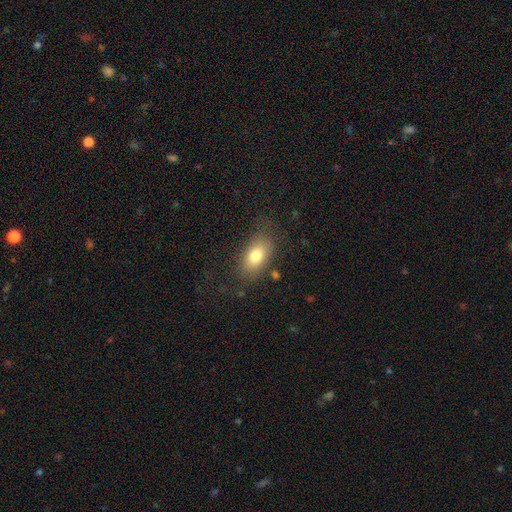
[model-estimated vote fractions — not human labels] A smooth galaxy with no disk features (78%) that is in between round and cigar-shaped (88%). Merging: none (74%).